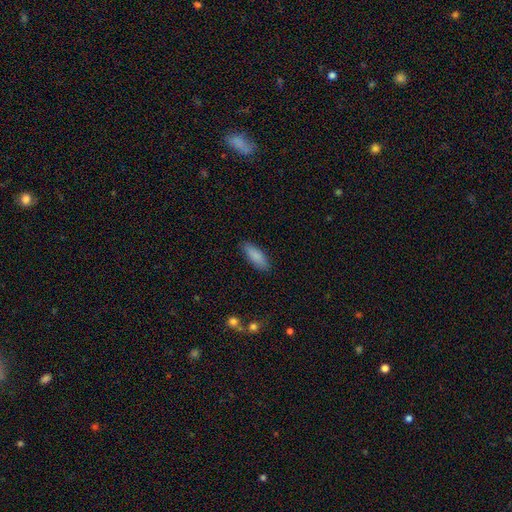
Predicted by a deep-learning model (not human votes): smooth 86%, featured or disk 7%, star or artifact 6%. Down the decision tree: how rounded — in between (65%); merging — none (86%).